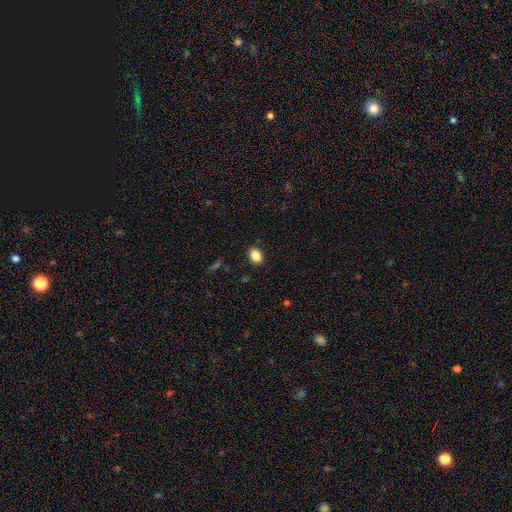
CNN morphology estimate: Smooth or featured? Predicted: smooth (p=0.86). How rounded? Predicted: in between (p=0.65). Merging? Predicted: none (p=0.89).